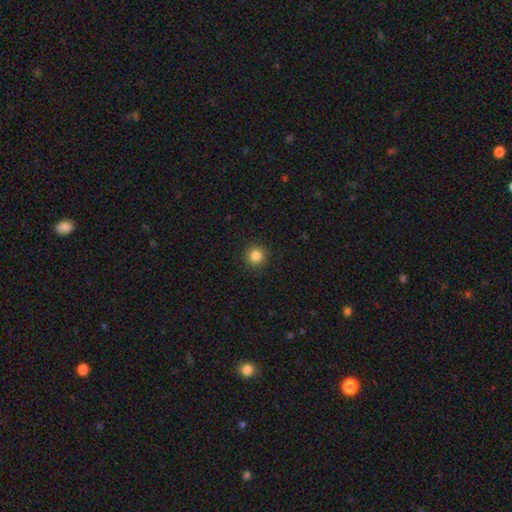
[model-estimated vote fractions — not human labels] smooth_or_featured: smooth (p=0.85) [alt: star or artifact p=0.11]
how_rounded: round (p=0.95) [alt: in between p=0.04]
merging: none (p=0.92) [alt: minor disturbance p=0.05]